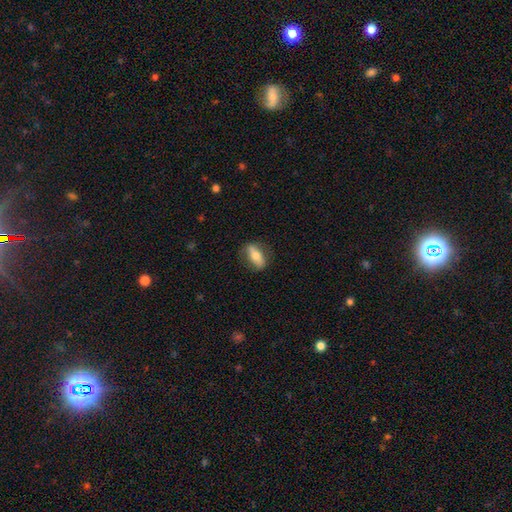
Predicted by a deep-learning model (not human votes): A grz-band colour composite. It shows a smooth galaxy with no disk features (60%) that is in between round and cigar-shaped (70%). Merging: none (78%).